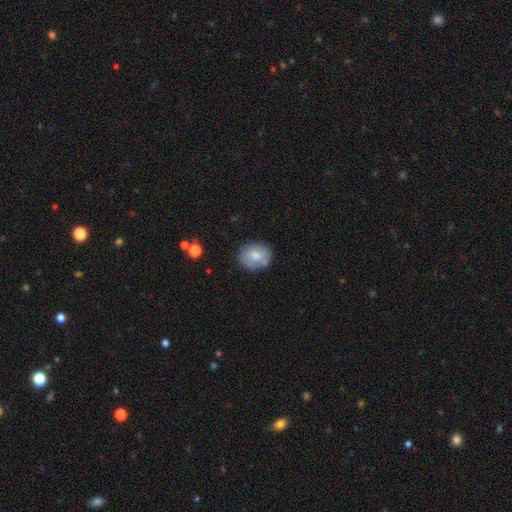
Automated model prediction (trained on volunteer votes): Smooth or featured: smooth — 71% (featured or disk — 21%)
How rounded: round — 70% (in between — 29%)
Merging: none — 72% (minor disturbance — 19%)